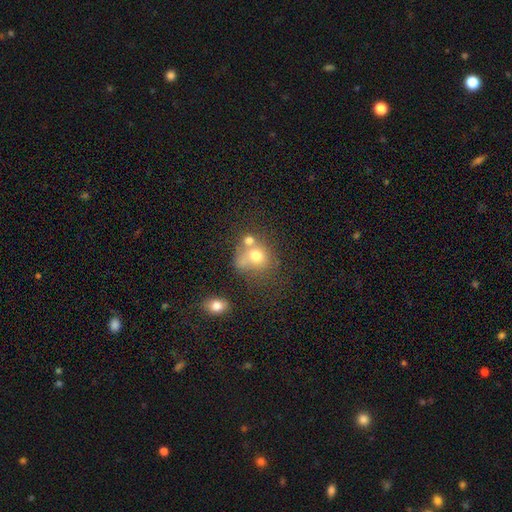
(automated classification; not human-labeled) smooth 69%, featured or disk 18%, star or artifact 13%. Down the decision tree: how rounded — round (70%); merging — merger (41%).